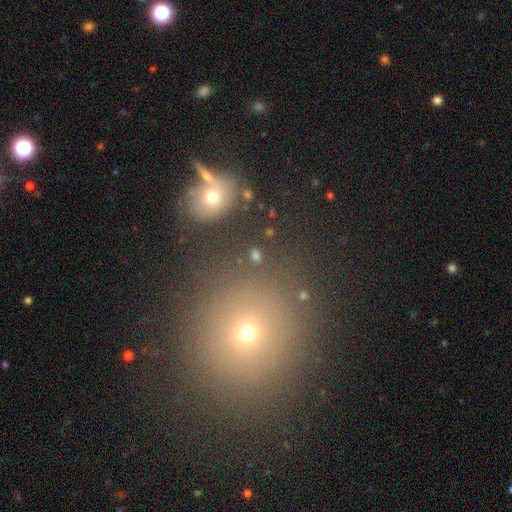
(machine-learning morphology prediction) This appears to be a smooth galaxy with no disk features (73%) that is in between round and cigar-shaped (56%). Merging: none (83%).